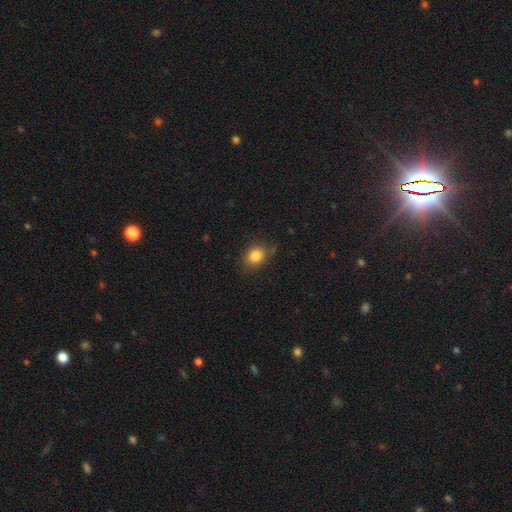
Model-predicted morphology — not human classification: smooth_or_featured: smooth (p=0.83) [alt: star or artifact p=0.10]
how_rounded: round (p=0.55) [alt: in between p=0.44]
merging: none (p=0.76) [alt: minor disturbance p=0.18]